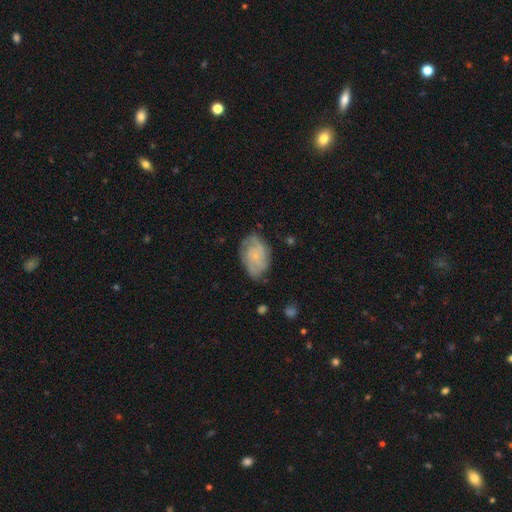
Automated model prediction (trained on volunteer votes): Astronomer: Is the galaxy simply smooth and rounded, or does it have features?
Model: featured or disk — 66%.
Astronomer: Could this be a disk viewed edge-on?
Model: no — 97%.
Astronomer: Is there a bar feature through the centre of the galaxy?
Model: no — 69%.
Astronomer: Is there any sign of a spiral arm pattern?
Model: yes — 90%.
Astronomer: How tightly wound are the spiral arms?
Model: tight — 52% (runner-up: medium, 37%).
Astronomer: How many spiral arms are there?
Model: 2 — 36% (runner-up: can't tell, 31%).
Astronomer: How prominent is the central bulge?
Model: small — 68%.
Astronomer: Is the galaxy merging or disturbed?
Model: none — 66%.